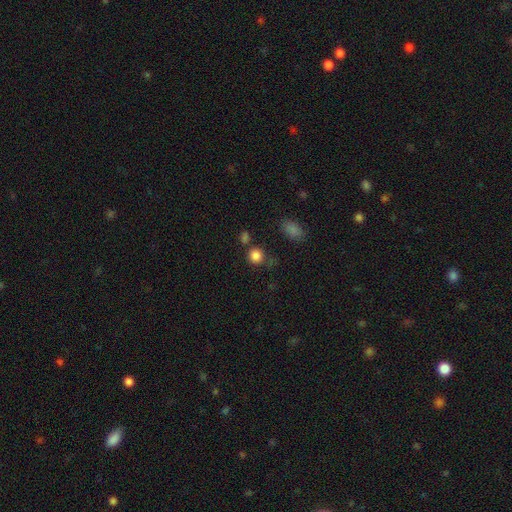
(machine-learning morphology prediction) The model was most divided on "merging": none: 74%, minor disturbance: 11%, merger: 11%, major disturbance: 4%. More confident: how rounded — round (89%); smooth or featured — smooth (84%).